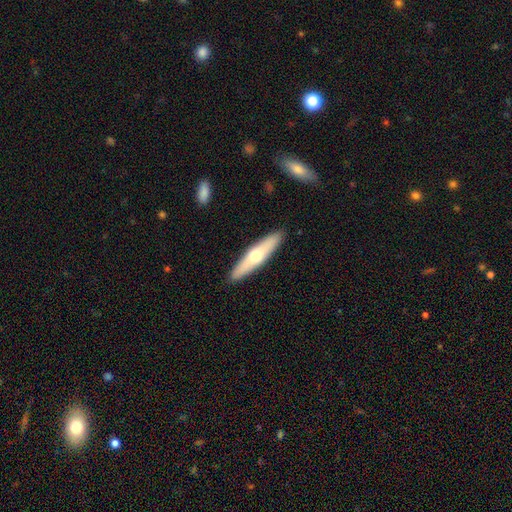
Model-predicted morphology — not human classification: smooth 49%, featured or disk 46%, star or artifact 5%. Down the decision tree: merging — none (90%).